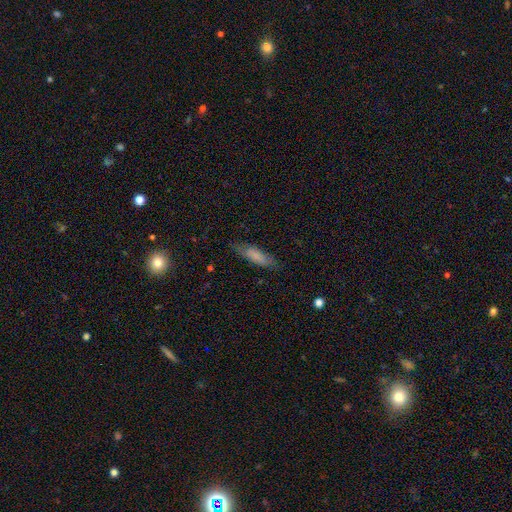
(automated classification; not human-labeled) smooth-or-featured: smooth: 75% | featured or disk: 19% | star or artifact: 6%
  how-rounded: cigar-shaped: 55% | in between: 43% | round: 2%
  merging: none: 76% | minor disturbance: 19% | major disturbance: 4% | merger: 1%